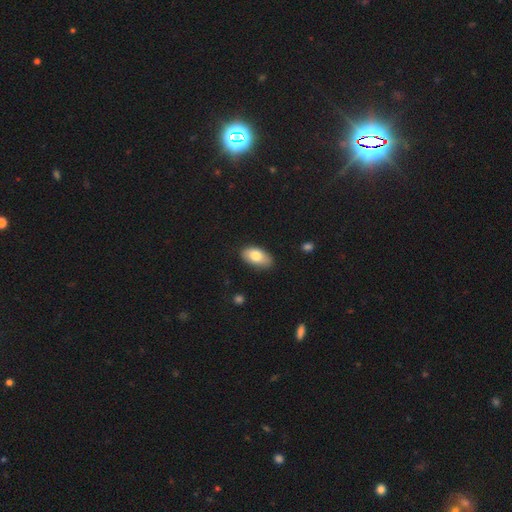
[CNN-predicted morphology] The model was most divided on "smooth or featured": smooth: 78%, featured or disk: 15%, star or artifact: 7%. More confident: how rounded — in between (94%); merging — none (80%).